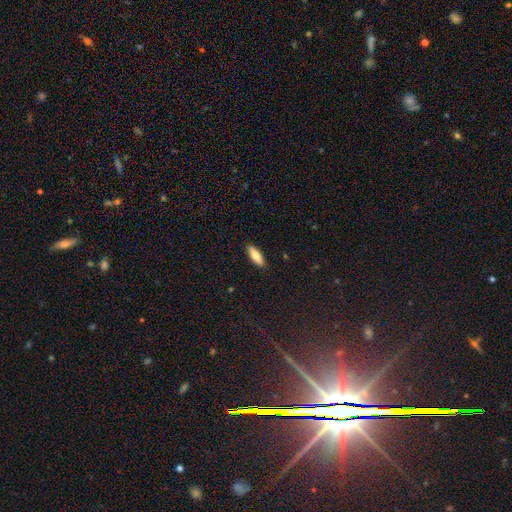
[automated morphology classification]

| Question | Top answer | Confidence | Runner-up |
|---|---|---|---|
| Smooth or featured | smooth | 72% | featured or disk (21%) |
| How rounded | in between | 60% | cigar-shaped (37%) |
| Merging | none | 89% | minor disturbance (8%) |